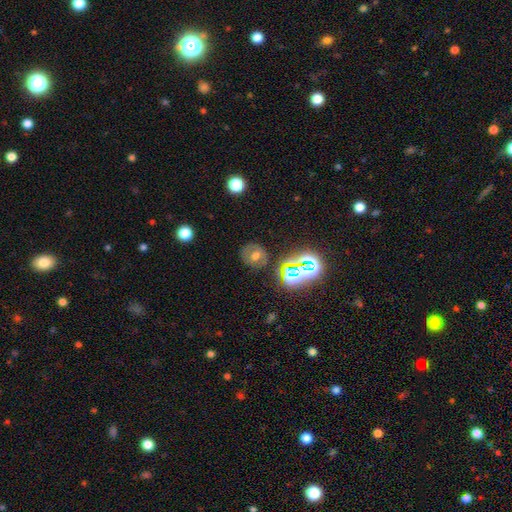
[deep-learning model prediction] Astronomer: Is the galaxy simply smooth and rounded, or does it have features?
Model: smooth — 48% (runner-up: featured or disk, 29%).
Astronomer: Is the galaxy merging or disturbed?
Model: none — 79%.